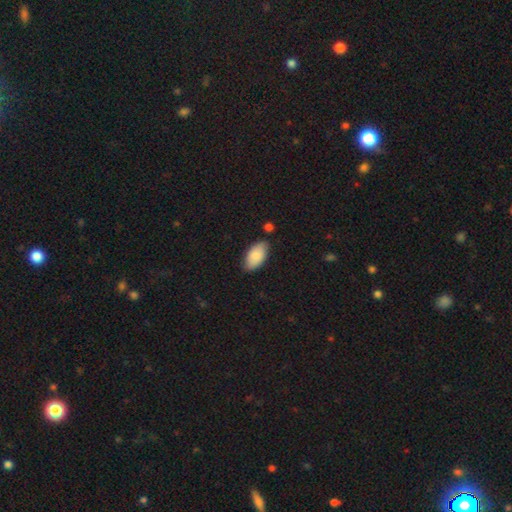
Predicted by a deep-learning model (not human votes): smooth_or_featured: smooth (p=0.85) [alt: featured or disk p=0.09]
how_rounded: in between (p=0.95) [alt: round p=0.02]
merging: none (p=0.78) [alt: minor disturbance p=0.16]